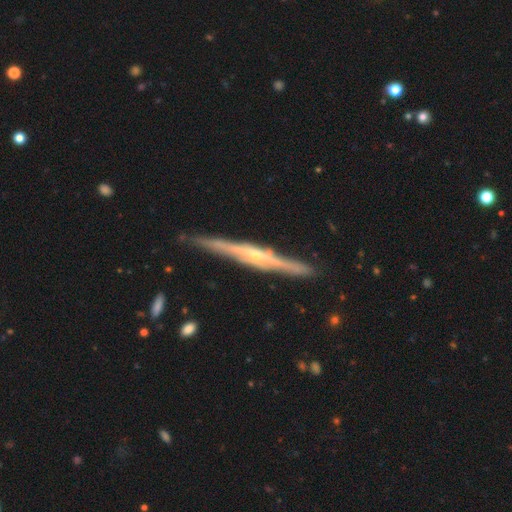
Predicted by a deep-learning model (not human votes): smooth-or-featured: featured or disk: 86% | smooth: 9% | star or artifact: 5%
  disk-edge-on: yes: 98% | no: 2%
    edge-on-bulge: rounded: 70% | boxy: 16% | none: 14%
  merging: none: 87% | minor disturbance: 9% | major disturbance: 2% | merger: 2%